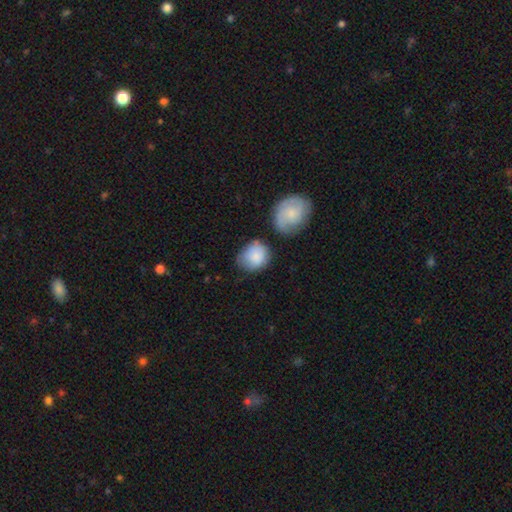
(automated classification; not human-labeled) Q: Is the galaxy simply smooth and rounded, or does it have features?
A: smooth — 81%.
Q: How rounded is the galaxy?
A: round — 63%.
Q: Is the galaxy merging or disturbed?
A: none — 53%.